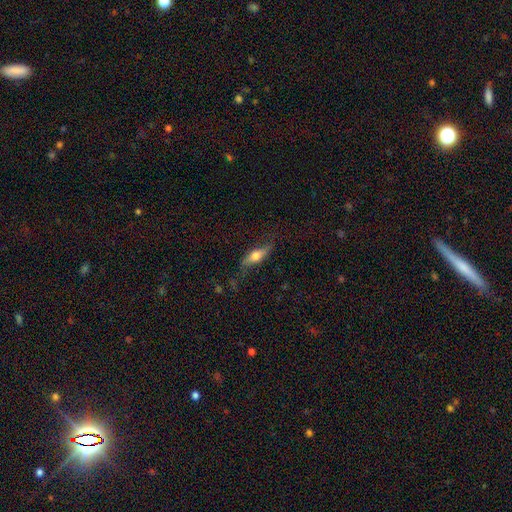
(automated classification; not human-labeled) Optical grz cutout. It shows a featured or disk galaxy (48%). Merging: none (66%).